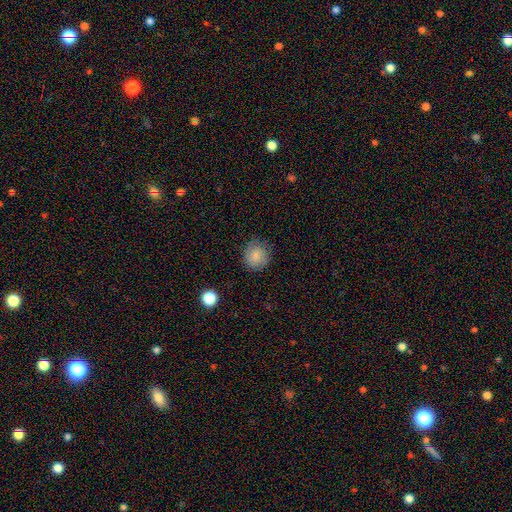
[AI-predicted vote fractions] This appears to be a smooth galaxy with no disk features (80%) that is round (87%). Merging: none (83%).